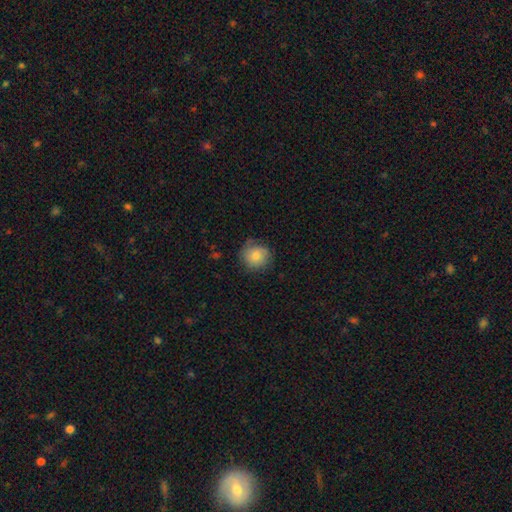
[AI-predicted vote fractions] A smooth galaxy with no disk features (76%) that is round (88%).

Vote fractions:
- Smooth or featured? smooth: 76% / featured or disk: 16% / star or artifact: 8%
- How rounded? round: 88% / in between: 12% / cigar-shaped: 1%
- Merging? none: 71% / minor disturbance: 22% / major disturbance: 6% / merger: 1%